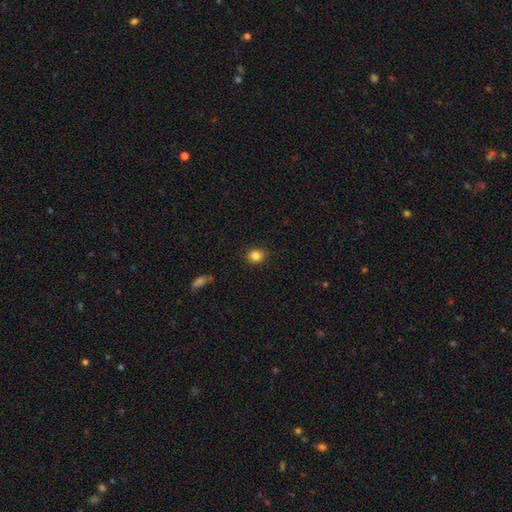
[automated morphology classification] A smooth galaxy with no disk features (84%) that is round (69%).

Vote fractions:
- Smooth or featured? smooth: 84% / star or artifact: 11% / featured or disk: 5%
- How rounded? round: 69% / in between: 30% / cigar-shaped: 1%
- Merging? none: 89% / minor disturbance: 8% / major disturbance: 2% / merger: 1%